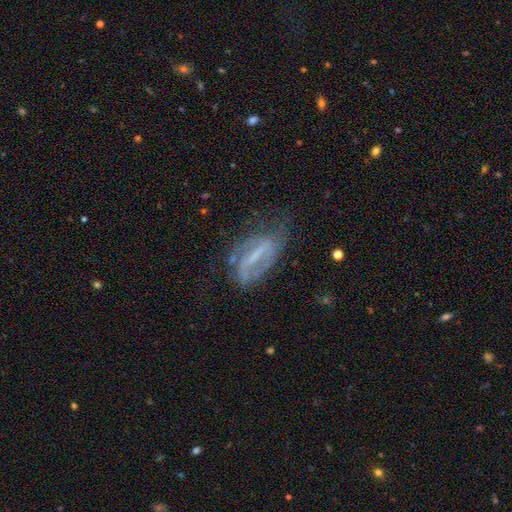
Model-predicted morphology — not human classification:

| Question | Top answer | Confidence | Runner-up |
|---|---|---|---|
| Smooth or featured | featured or disk | 72% | smooth (18%) |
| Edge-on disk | no | 87% | yes (13%) |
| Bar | strong | 55% | weak (30%) |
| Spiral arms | yes | 71% | no (29%) |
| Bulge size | none | 40% | small (38%) |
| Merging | none | 48% | minor disturbance (27%) |